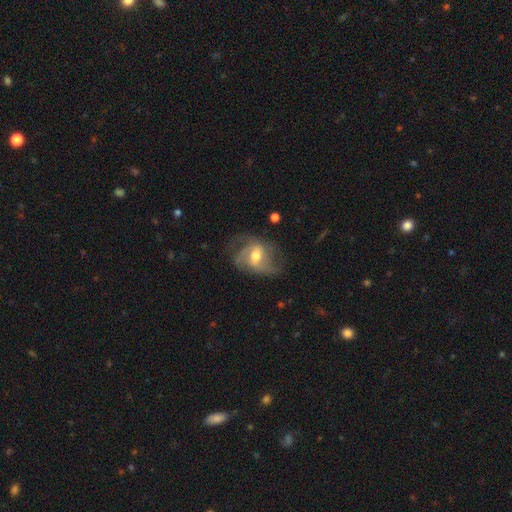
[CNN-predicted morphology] featured or disk 76%, smooth 17%, star or artifact 8%. Down the decision tree: edge-on disk — no (96%); bar — weak (48%); spiral arms — yes (88%); spiral arm count — 2 (44%); spiral winding — medium (44%); bulge size — moderate (68%); merging — none (55%).